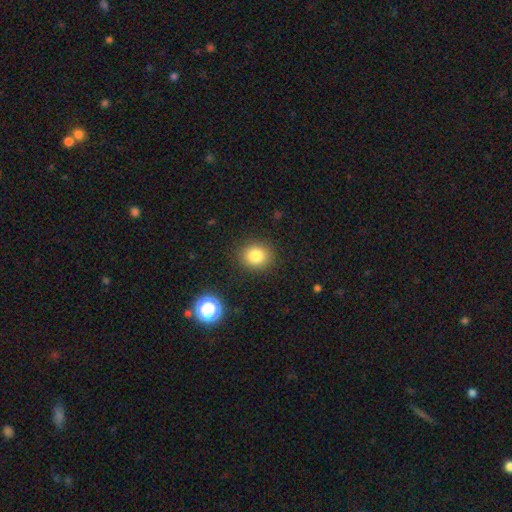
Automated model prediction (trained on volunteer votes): smooth 81%, star or artifact 12%, featured or disk 7%. Down the decision tree: how rounded — round (80%); merging — none (88%).